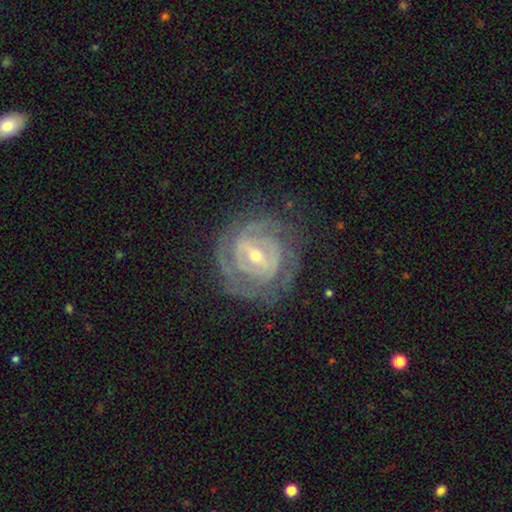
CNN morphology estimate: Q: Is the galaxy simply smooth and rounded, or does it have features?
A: featured or disk — 87%.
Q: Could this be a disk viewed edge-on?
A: no — 96%.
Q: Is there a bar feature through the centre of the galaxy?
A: weak — 45%.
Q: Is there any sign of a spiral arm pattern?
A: yes — 92%.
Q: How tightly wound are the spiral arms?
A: tight — 76%.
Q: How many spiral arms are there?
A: can't tell — 34%.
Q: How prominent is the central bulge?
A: small — 49%.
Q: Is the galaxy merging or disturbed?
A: none — 74%.